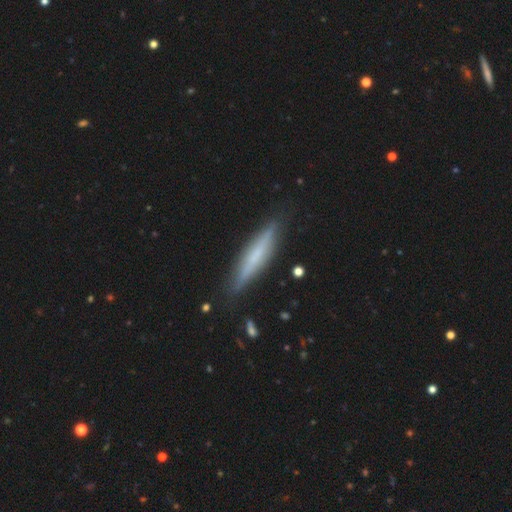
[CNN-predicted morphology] Q: Smooth or featured?
A: featured or disk (51%); runner-up: smooth (42%)
Q: Edge-on disk?
A: yes (94%); runner-up: no (6%)
Q: Merging?
A: none (86%); runner-up: minor disturbance (11%)